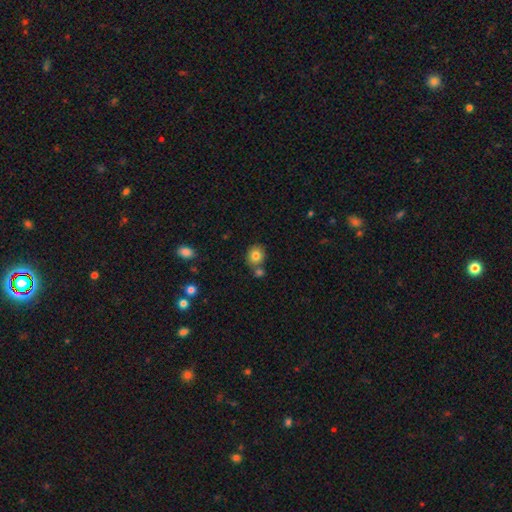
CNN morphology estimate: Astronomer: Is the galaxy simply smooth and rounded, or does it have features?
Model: smooth — 81%.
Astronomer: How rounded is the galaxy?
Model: round — 78%.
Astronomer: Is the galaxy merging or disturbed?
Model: none — 68%.